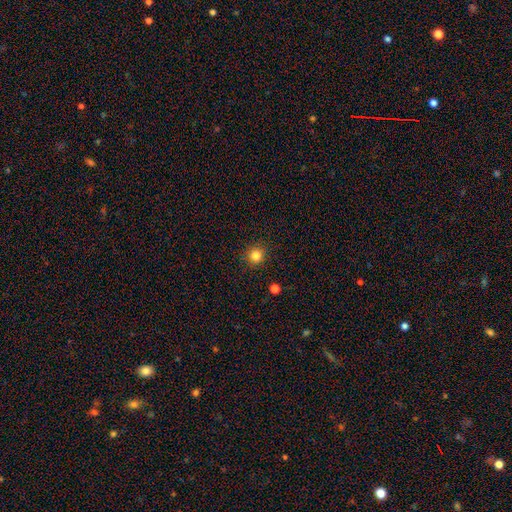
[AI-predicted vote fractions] smooth_or_featured: smooth (p=0.83) [alt: star or artifact p=0.13]
how_rounded: round (p=0.93) [alt: in between p=0.06]
merging: none (p=0.91) [alt: minor disturbance p=0.06]